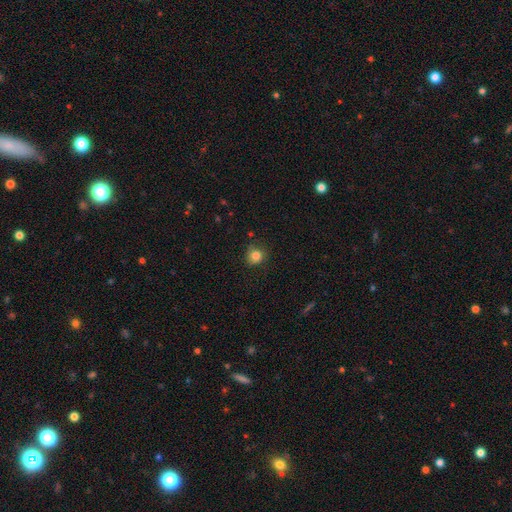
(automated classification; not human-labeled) A smooth galaxy with no disk features (83%) that is round (82%). Merging: none (75%).